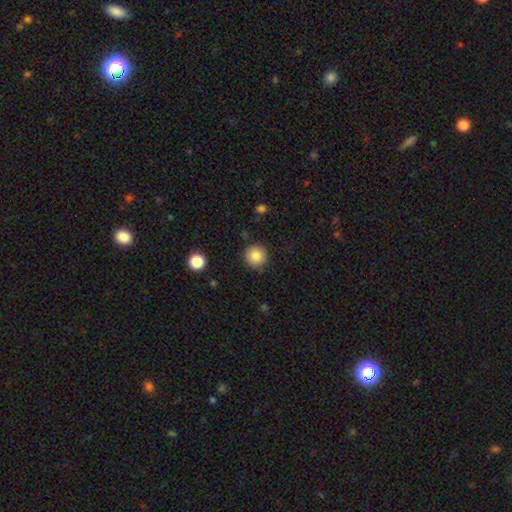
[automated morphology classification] This is clearly a smooth galaxy (85%). How rounded: clearly round (95%). Merging: clearly none (88%).